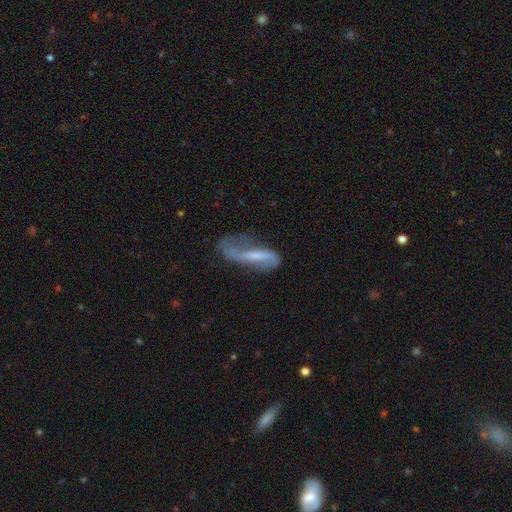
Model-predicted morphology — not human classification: A featured or disk galaxy (64%) with a strong bar (39%), spiral arms (75%) and a small central bulge (39%).

Vote fractions:
- Smooth or featured? featured or disk: 64% / smooth: 28% / star or artifact: 8%
- Edge-on disk? no: 79% / yes: 21%
- Bar? strong: 39% / weak: 35% / no: 26%
- Spiral arms? yes: 75% / no: 25%
- Bulge size? small: 39% / none: 33% / moderate: 23% / large: 4% / dominant: 2%
- Merging? none: 39% / major disturbance: 29% / minor disturbance: 28% / merger: 5%